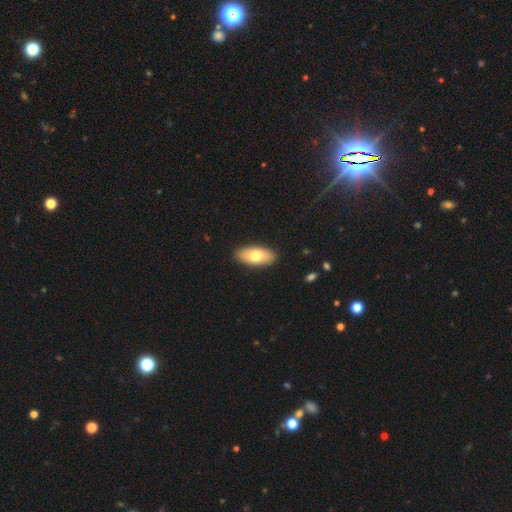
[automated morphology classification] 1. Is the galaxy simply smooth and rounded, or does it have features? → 73% smooth, 21% featured or disk, 6% star or artifact.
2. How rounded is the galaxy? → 91% in between, 7% cigar-shaped, 3% round.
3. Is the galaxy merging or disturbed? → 90% none, 8% minor disturbance, 2% major disturbance, 1% merger.